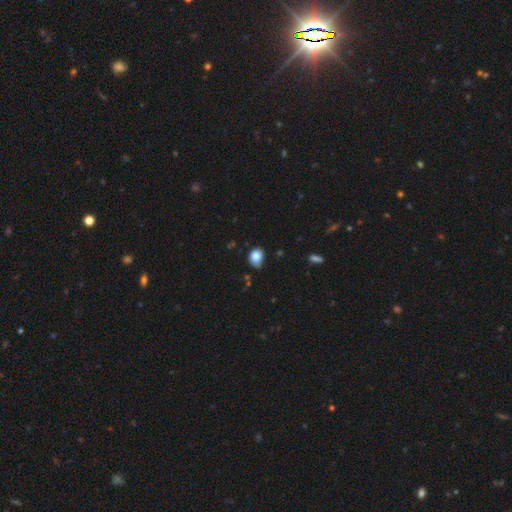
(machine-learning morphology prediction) Smooth or featured? smooth (83%)
How rounded? in between (56%)
Merging? none (63%)